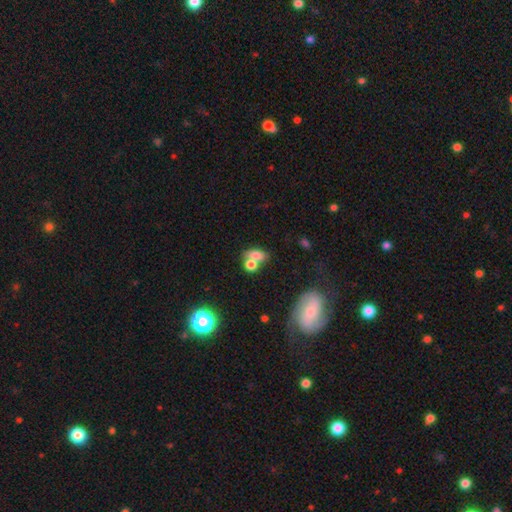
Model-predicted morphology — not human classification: A smooth galaxy with no disk features (73%) that is in between round and cigar-shaped (71%). Merging: merger (50%).